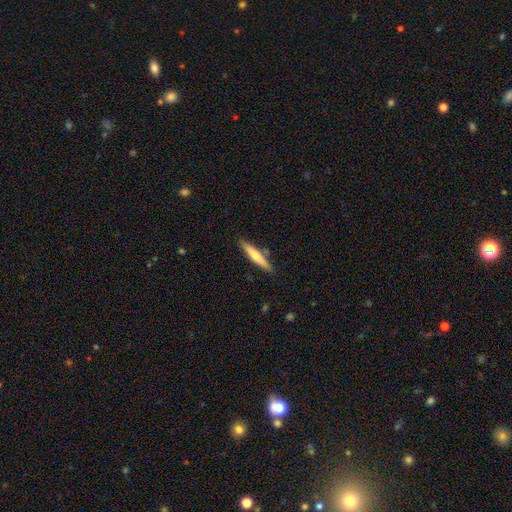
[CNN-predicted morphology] smooth-or-featured: smooth: 53% | featured or disk: 42% | star or artifact: 6%
  how-rounded: cigar-shaped: 89% | in between: 9% | round: 1%
  merging: none: 84% | minor disturbance: 10% | merger: 4% | major disturbance: 2%